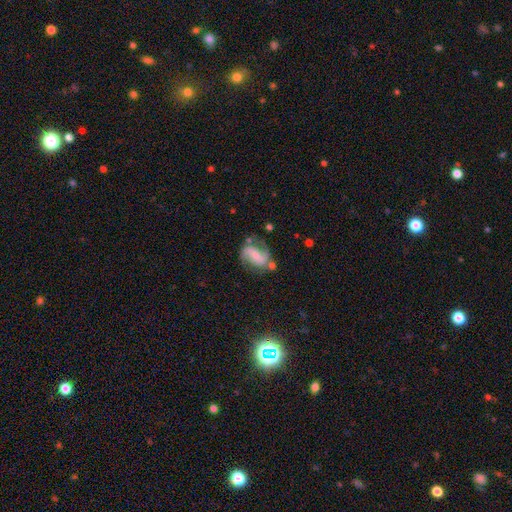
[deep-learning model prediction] Overall: featured or disk (73%). Edge-on disk: no (97%). Bar: weak (39%; strong 34%). Spiral arms: yes (91%). Spiral arm count: 2 (86%). Spiral winding: loose (46%; medium 40%). Bulge size: small (53%; moderate 27%). Merging: none (55%; minor disturbance 22%).